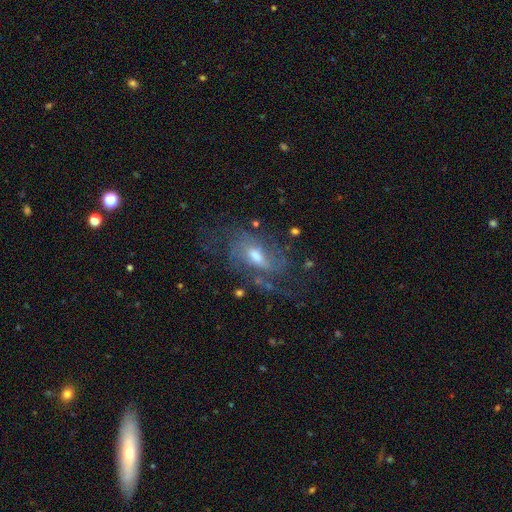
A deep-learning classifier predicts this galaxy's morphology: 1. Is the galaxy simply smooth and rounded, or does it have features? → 75% featured or disk, 16% smooth, 9% star or artifact.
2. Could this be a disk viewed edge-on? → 93% no, 7% yes.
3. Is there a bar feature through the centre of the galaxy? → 49% weak, 38% no, 13% strong.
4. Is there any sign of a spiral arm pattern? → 83% yes, 17% no.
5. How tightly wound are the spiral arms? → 43% medium, 32% loose, 25% tight.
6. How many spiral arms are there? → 37% can't tell, 34% 2, 13% 3, 6% 4, 6% 1, 4% more than 4.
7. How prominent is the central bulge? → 64% moderate, 21% small, 11% large, 3% none, 1% dominant.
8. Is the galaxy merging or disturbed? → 55% none, 22% major disturbance, 20% minor disturbance, 3% merger.